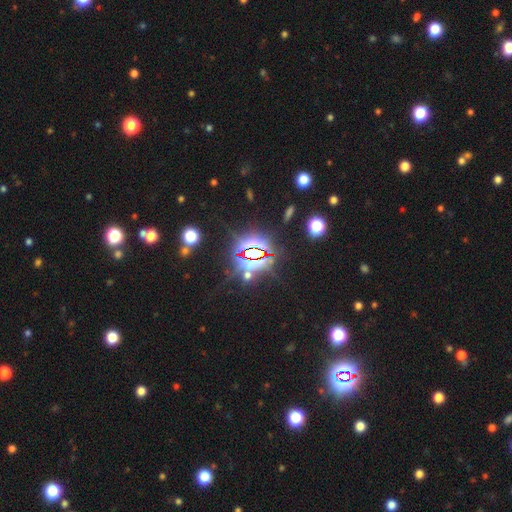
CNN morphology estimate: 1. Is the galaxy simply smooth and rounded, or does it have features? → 82% star or artifact, 9% smooth, 9% featured or disk.